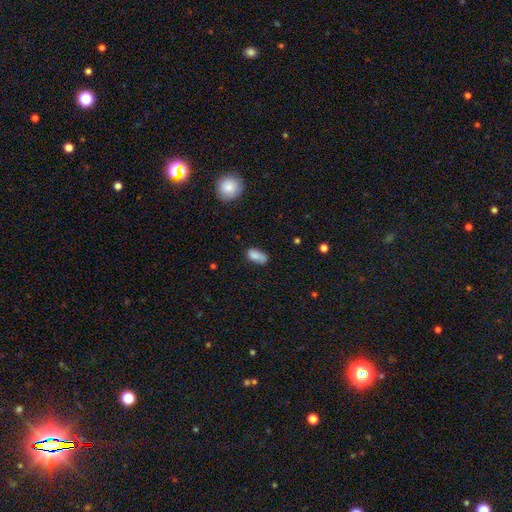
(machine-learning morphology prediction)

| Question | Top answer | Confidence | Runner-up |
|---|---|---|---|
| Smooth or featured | smooth | 84% | star or artifact (8%) |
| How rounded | in between | 89% | cigar-shaped (7%) |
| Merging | none | 65% | minor disturbance (26%) |